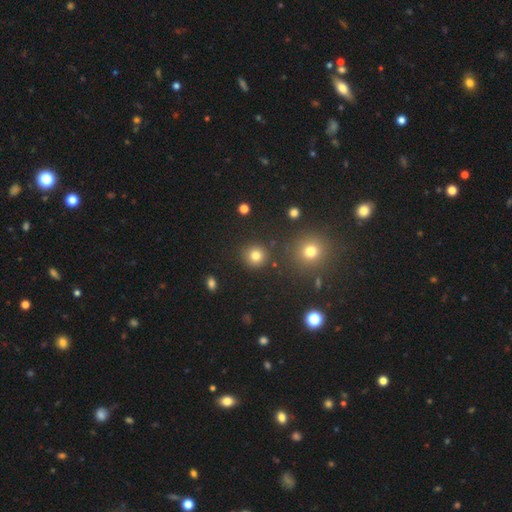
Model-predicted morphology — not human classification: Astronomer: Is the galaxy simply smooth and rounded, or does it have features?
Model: smooth — 79%.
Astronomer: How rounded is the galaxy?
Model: round — 93%.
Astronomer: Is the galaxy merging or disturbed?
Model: none — 88%.